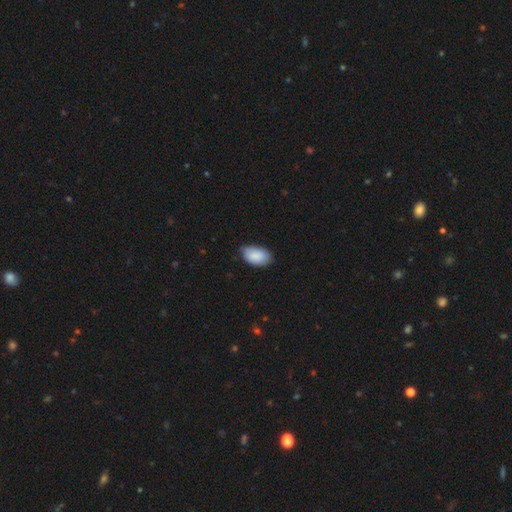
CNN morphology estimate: smooth_or_featured: smooth (p=0.89) [alt: star or artifact p=0.06]
how_rounded: in between (p=0.94) [alt: round p=0.05]
merging: none (p=0.67) [alt: minor disturbance p=0.28]